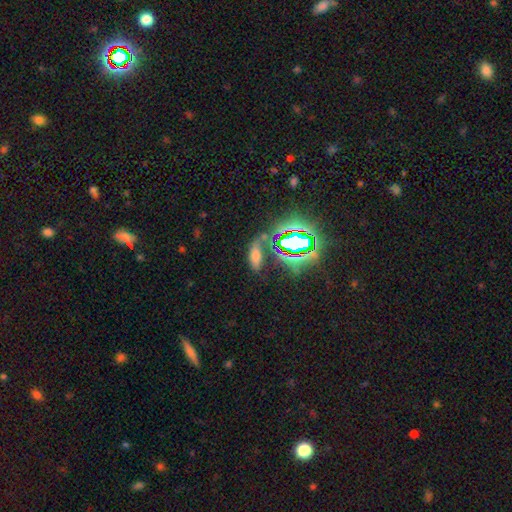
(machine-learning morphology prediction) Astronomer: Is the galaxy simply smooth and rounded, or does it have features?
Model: smooth — 49% (runner-up: star or artifact, 34%).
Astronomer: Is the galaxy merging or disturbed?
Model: none — 59%.